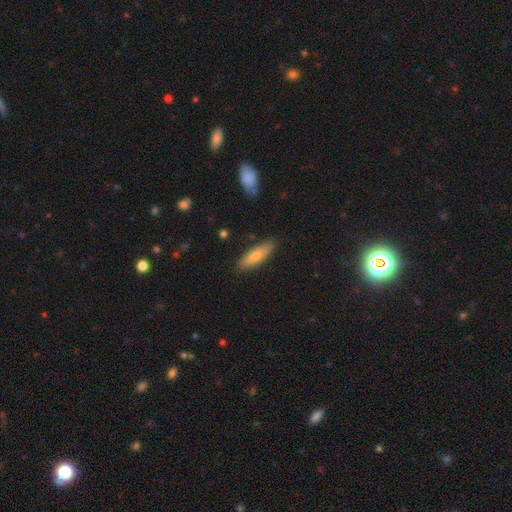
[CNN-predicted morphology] smooth-or-featured: smooth: 71% | featured or disk: 23% | star or artifact: 6%
  how-rounded: cigar-shaped: 55% | in between: 43% | round: 2%
  merging: none: 84% | minor disturbance: 12% | major disturbance: 2% | merger: 2%